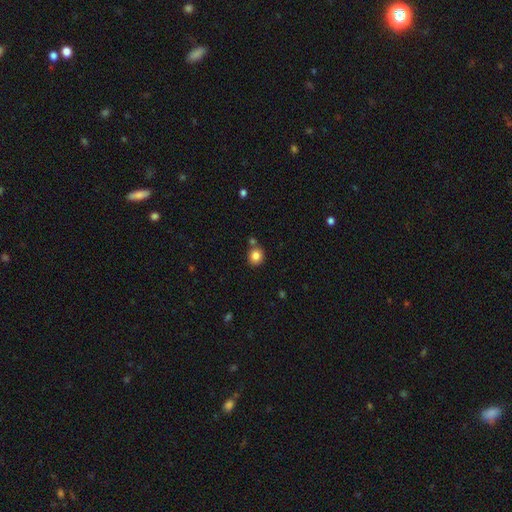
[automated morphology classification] This appears to be a smooth galaxy with no disk features (84%) that is round (78%). Merging: none (72%).